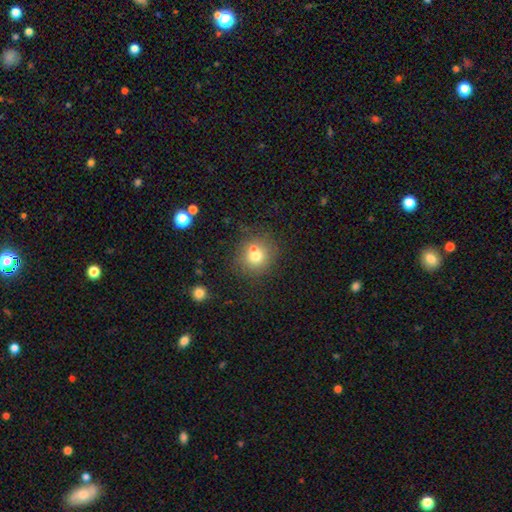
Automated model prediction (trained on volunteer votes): Morphology: type=smooth (71%); roundness=round (87%); merging=none (60%).